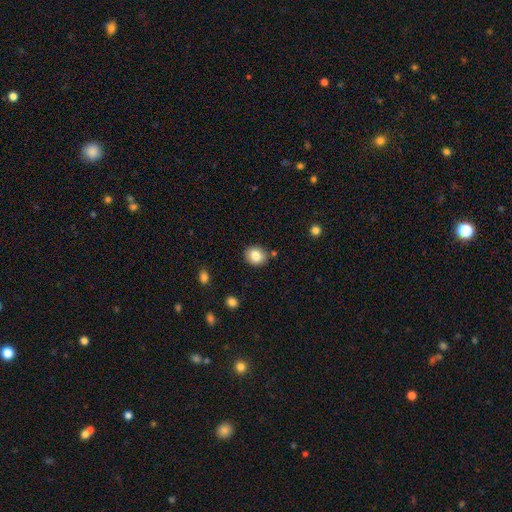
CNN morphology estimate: Q: Smooth or featured?
A: smooth (84%); runner-up: star or artifact (9%)
Q: How rounded?
A: round (65%); runner-up: in between (34%)
Q: Merging?
A: none (84%); runner-up: minor disturbance (10%)